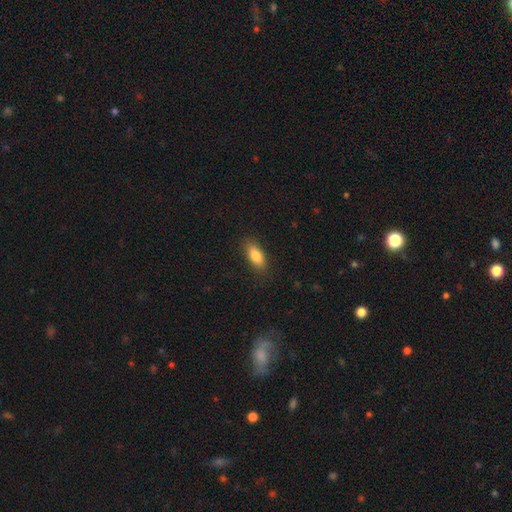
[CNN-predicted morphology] smooth-or-featured: smooth: 82% | featured or disk: 10% | star or artifact: 7%
  how-rounded: in between: 81% | cigar-shaped: 16% | round: 3%
  merging: none: 85% | minor disturbance: 11% | major disturbance: 3% | merger: 1%